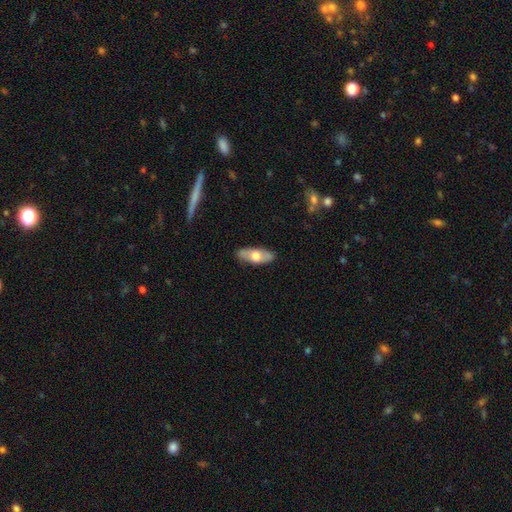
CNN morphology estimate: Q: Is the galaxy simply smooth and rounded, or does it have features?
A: smooth — 57%.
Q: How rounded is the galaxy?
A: in between — 78%.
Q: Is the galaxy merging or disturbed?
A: none — 86%.